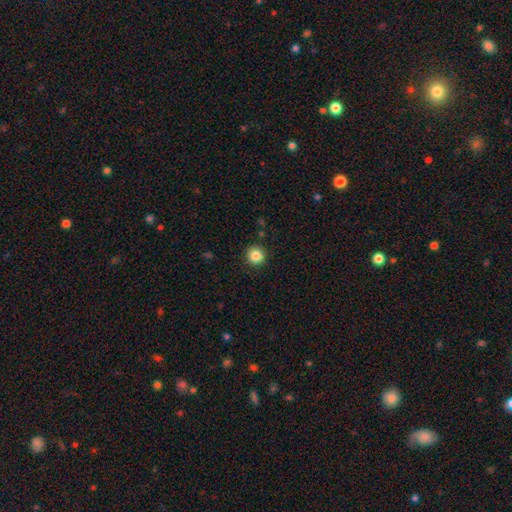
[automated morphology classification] A smooth galaxy with no disk features (85%) that is round (95%). Merging: none (91%).